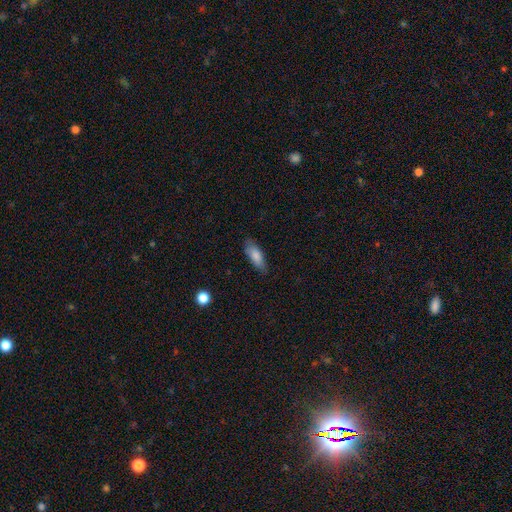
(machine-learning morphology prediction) Smooth or featured?
  - smooth: 81% *
  - featured or disk: 13%
  - star or artifact: 6%
How rounded?
  - in between: 64% *
  - cigar-shaped: 34%
  - round: 2%
Merging?
  - none: 81% *
  - minor disturbance: 15%
  - major disturbance: 3%
  - merger: 1%